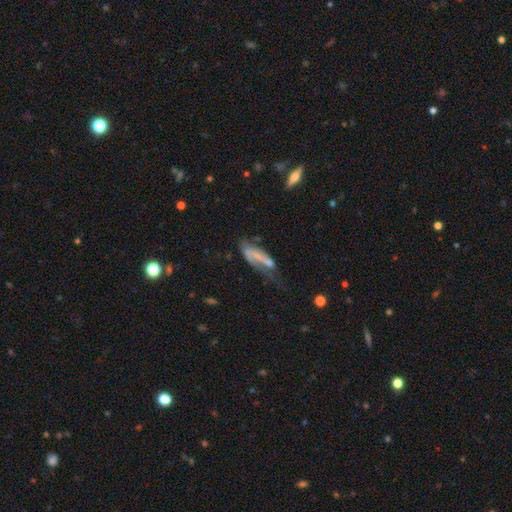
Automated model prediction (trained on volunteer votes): featured or disk 52%, smooth 39%, star or artifact 9%. Down the decision tree: edge-on disk — no (82%); merging — major disturbance (47%).